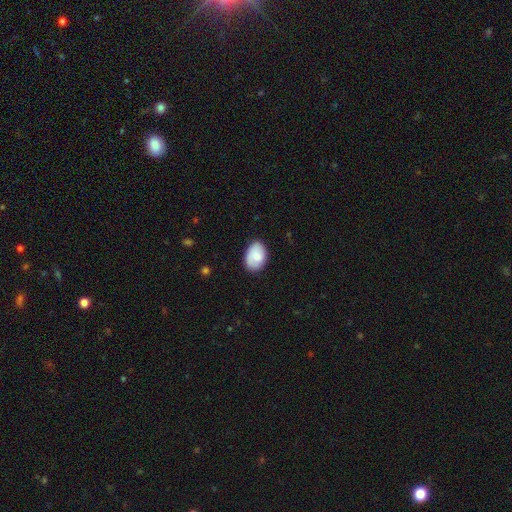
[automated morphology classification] Smooth or featured? smooth (77%)
How rounded? in between (86%)
Merging? none (79%)